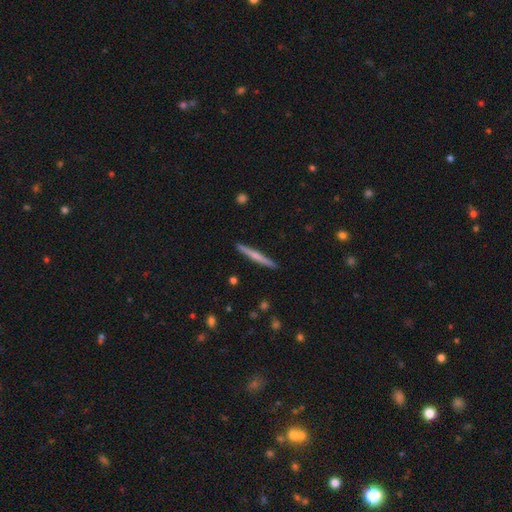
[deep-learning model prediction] Q: Smooth or featured?
A: featured or disk (49%); runner-up: smooth (45%)
Q: Merging?
A: none (92%); runner-up: minor disturbance (6%)